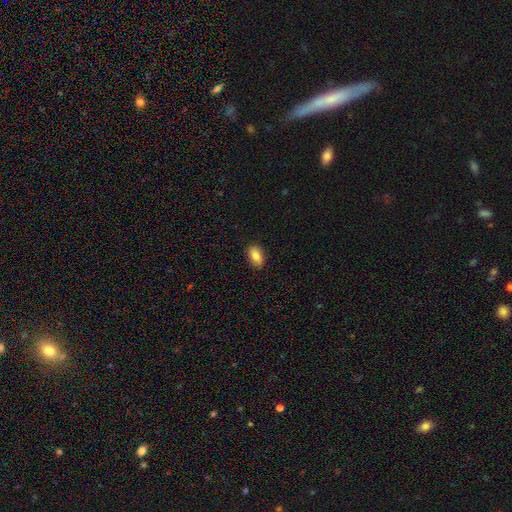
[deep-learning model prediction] Q: Smooth or featured?
A: smooth (87%); runner-up: star or artifact (7%)
Q: How rounded?
A: in between (91%); runner-up: round (5%)
Q: Merging?
A: none (87%); runner-up: minor disturbance (10%)